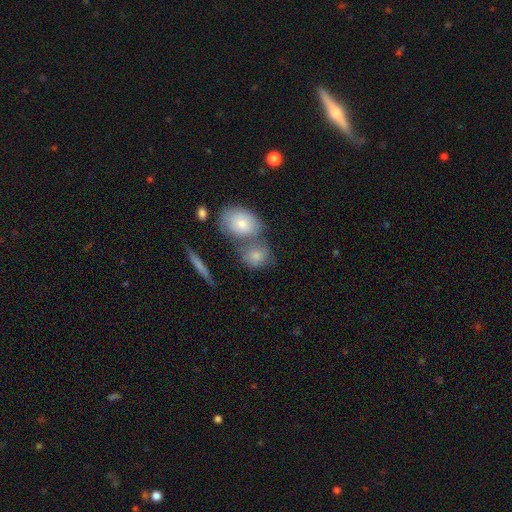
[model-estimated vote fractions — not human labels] Morphology: type=smooth (74%); roundness=round (57%); merging=merger (44%).